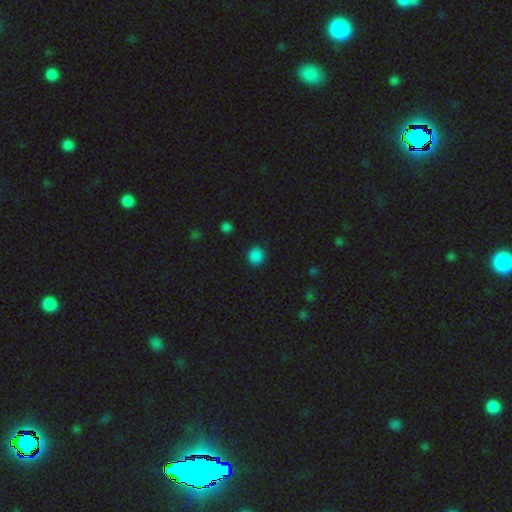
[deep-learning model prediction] Morphology: type=smooth (86%); roundness=round (89%); merging=none (90%).